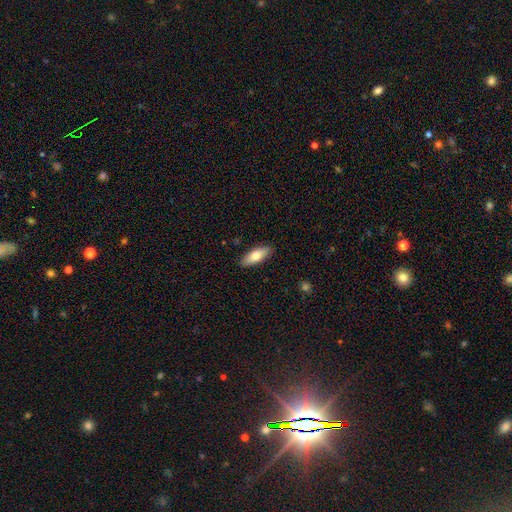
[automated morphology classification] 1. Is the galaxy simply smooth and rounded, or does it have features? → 78% smooth, 16% featured or disk, 6% star or artifact.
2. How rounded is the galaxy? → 72% in between, 26% cigar-shaped, 2% round.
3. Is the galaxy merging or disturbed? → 89% none, 9% minor disturbance, 2% major disturbance, 1% merger.